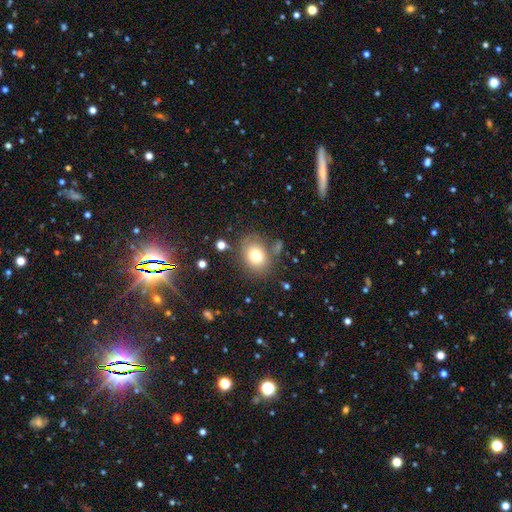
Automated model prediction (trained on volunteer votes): smooth-or-featured: smooth: 75% | featured or disk: 13% | star or artifact: 11%
  how-rounded: in between: 50% | round: 49% | cigar-shaped: 1%
  merging: none: 73% | minor disturbance: 15% | merger: 6% | major disturbance: 6%